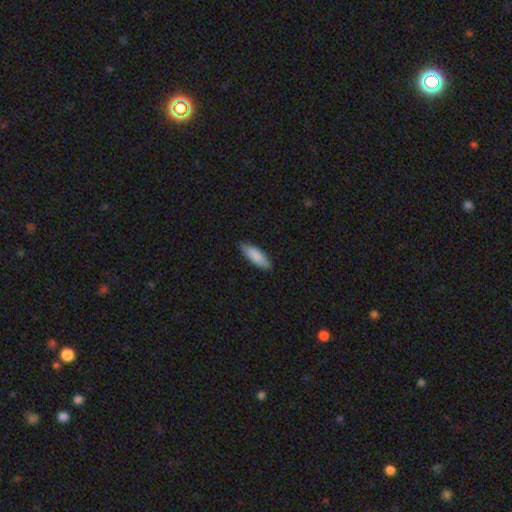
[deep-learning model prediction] Q: Smooth or featured?
A: smooth (88%); runner-up: featured or disk (7%)
Q: How rounded?
A: in between (60%); runner-up: cigar-shaped (39%)
Q: Merging?
A: none (85%); runner-up: minor disturbance (12%)